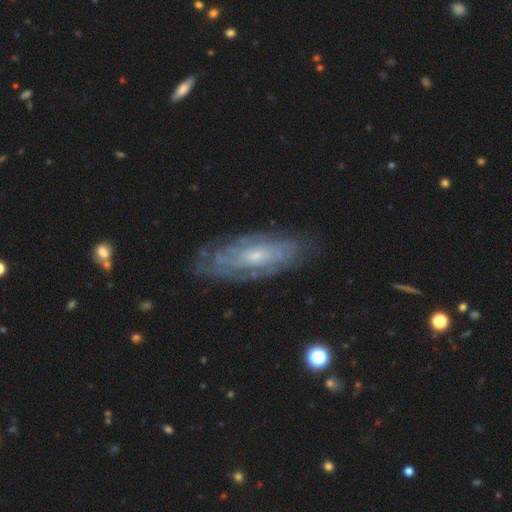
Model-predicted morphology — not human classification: featured or disk 75%, smooth 18%, star or artifact 7%. Down the decision tree: edge-on disk — no (86%); bar — no (72%); spiral arms — yes (84%); spiral arm count — can't tell (65%); spiral winding — tight (72%); bulge size — small (66%); merging — none (77%).